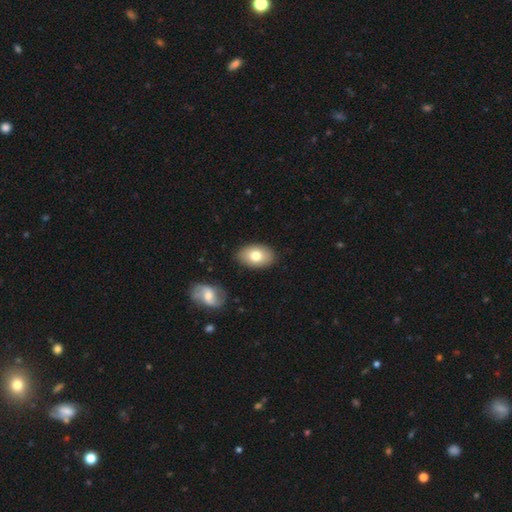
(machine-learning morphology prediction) smooth 76%, featured or disk 17%, star or artifact 7%. Down the decision tree: how rounded — in between (90%); merging — none (85%).